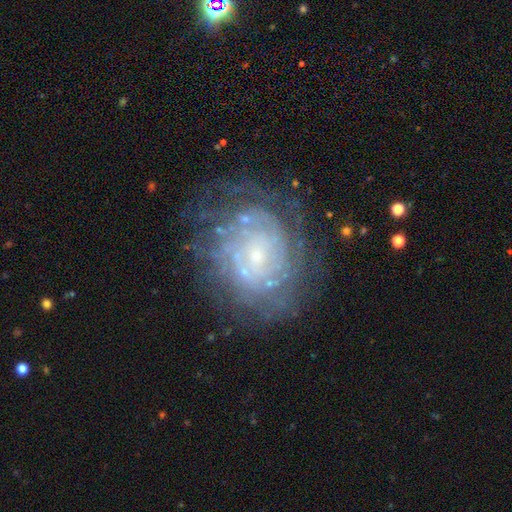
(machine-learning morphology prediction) smooth_or_featured: featured or disk (p=0.80) [alt: smooth p=0.11]
disk_edge_on: no (p=0.97) [alt: yes p=0.03]
bar: no (p=0.74) [alt: weak p=0.21]
has_spiral_arms: yes (p=0.85) [alt: no p=0.15]
spiral_winding: tight (p=0.76) [alt: medium p=0.18]
spiral_arm_count: can't tell (p=0.53) [alt: more than 4 p=0.11]
bulge_size: small (p=0.77) [alt: moderate p=0.16]
merging: none (p=0.68) [alt: minor disturbance p=0.18]